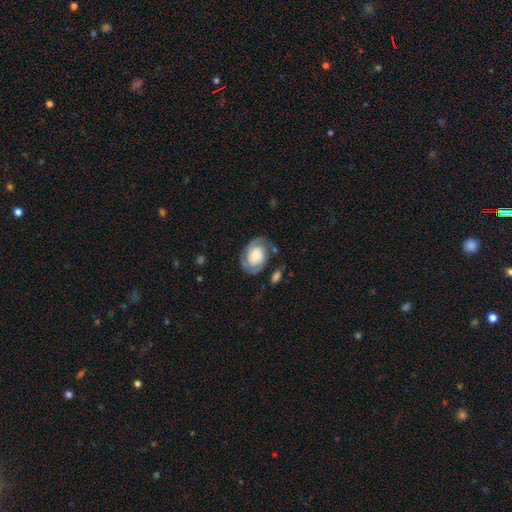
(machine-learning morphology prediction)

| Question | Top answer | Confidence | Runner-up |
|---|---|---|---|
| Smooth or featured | featured or disk | 75% | smooth (19%) |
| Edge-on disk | no | 97% | yes (3%) |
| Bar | no | 67% | weak (26%) |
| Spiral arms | yes | 93% | no (7%) |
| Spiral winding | tight | 57% | medium (34%) |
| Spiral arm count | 2 | 74% | can't tell (11%) |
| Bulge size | moderate | 30% | small (28%) |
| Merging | none | 67% | minor disturbance (19%) |